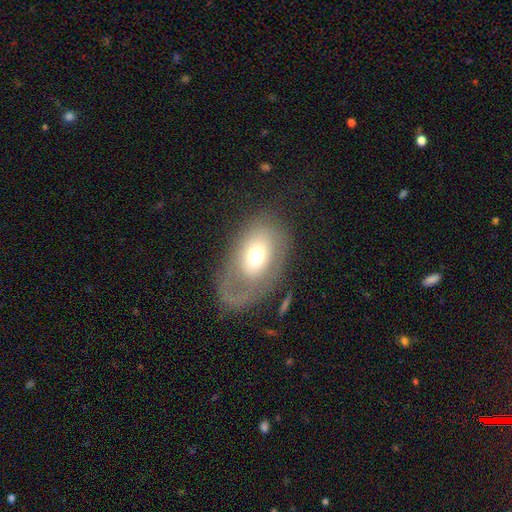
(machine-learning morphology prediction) Overall: smooth (52%; featured or disk 39%). How rounded: in between (82%). Merging: none (46%; major disturbance 29%).